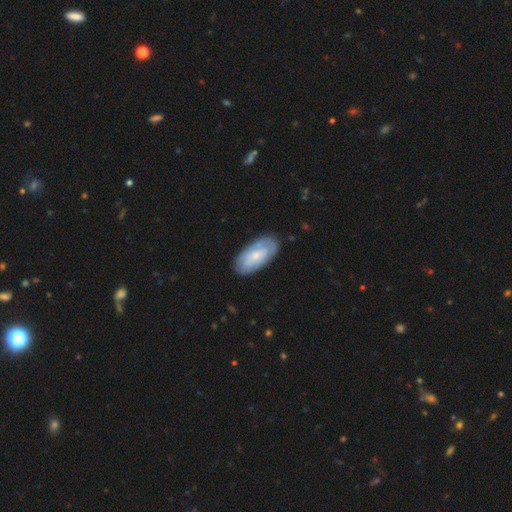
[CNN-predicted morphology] This appears to be a smooth galaxy with no disk features (49%). Merging: none (77%).